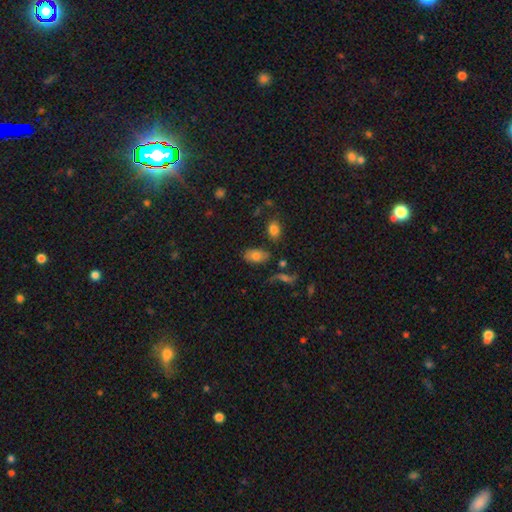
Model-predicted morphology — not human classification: A smooth galaxy with no disk features (75%) that is in between round and cigar-shaped (92%). Merging: none (71%).